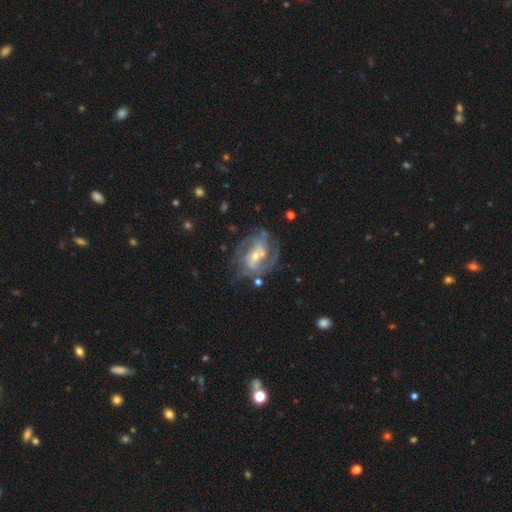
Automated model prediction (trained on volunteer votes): Smooth or featured?
  - featured or disk: 85% *
  - smooth: 9%
  - star or artifact: 6%
Edge-on disk?
  - no: 97% *
  - yes: 3%
Bar?
  - weak: 41% *
  - strong: 30%
  - no: 28%
Spiral arms?
  - yes: 92% *
  - no: 8%
Spiral winding?
  - medium: 46% *
  - tight: 38%
  - loose: 16%
Spiral arm count?
  - 2: 50% *
  - can't tell: 21%
  - 3: 17%
  - 4: 5%
  - 1: 4%
  - more than 4: 3%
Bulge size?
  - small: 54% *
  - moderate: 40%
  - large: 3%
  - none: 2%
  - dominant: 1%
Merging?
  - none: 64% *
  - minor disturbance: 19%
  - major disturbance: 13%
  - merger: 4%